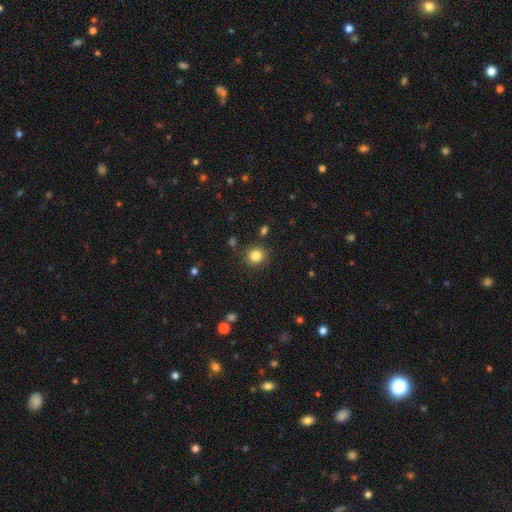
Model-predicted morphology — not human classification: The model was most divided on "smooth or featured": smooth: 82%, star or artifact: 12%, featured or disk: 6%. More confident: how rounded — round (91%); merging — none (87%).